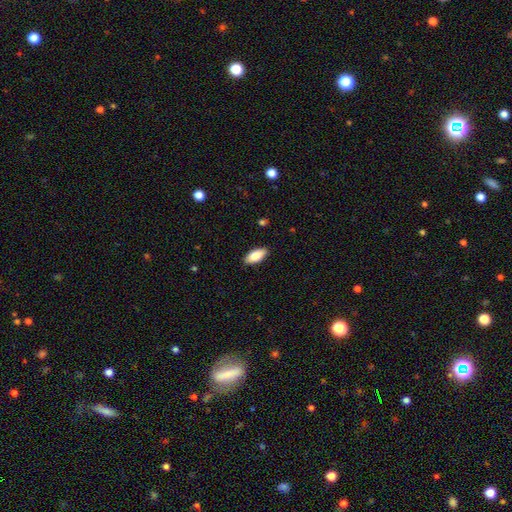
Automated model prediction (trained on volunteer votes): A smooth galaxy with no disk features (83%) that is in between round and cigar-shaped (88%). Merging: none (89%).